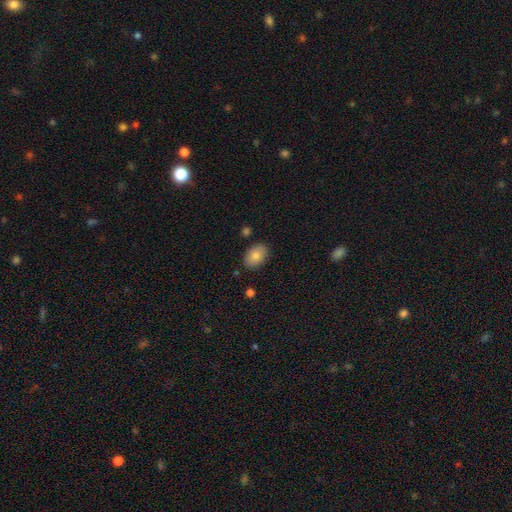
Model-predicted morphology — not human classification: smooth_or_featured: smooth (p=0.83) [alt: featured or disk p=0.10]
how_rounded: in between (p=0.87) [alt: round p=0.12]
merging: none (p=0.86) [alt: minor disturbance p=0.10]